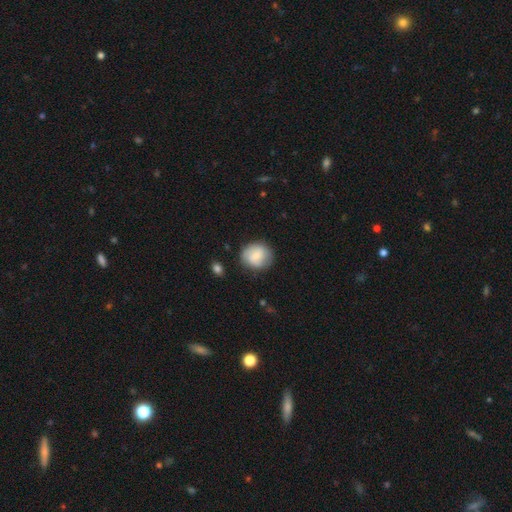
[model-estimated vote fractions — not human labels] Q: Smooth or featured?
A: smooth (67%); runner-up: featured or disk (26%)
Q: How rounded?
A: round (84%); runner-up: in between (15%)
Q: Merging?
A: none (78%); runner-up: minor disturbance (16%)